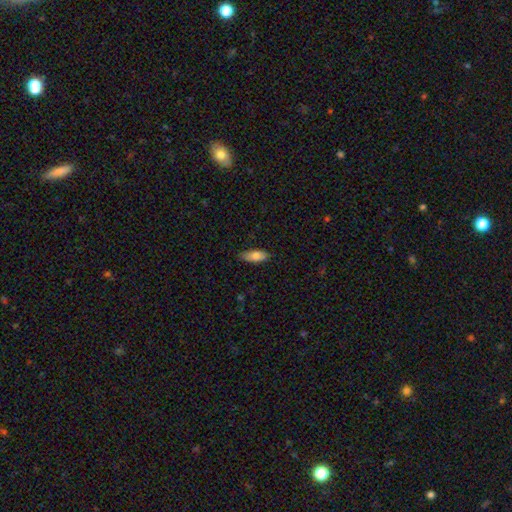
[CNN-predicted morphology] smooth_or_featured: smooth (p=0.79) [alt: featured or disk p=0.14]
how_rounded: in between (p=0.75) [alt: cigar-shaped p=0.23]
merging: none (p=0.83) [alt: minor disturbance p=0.14]